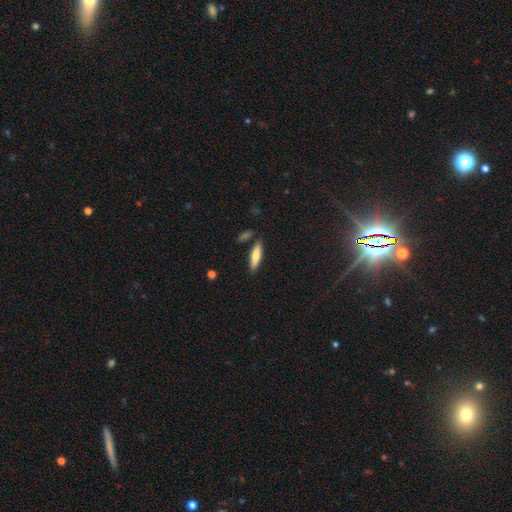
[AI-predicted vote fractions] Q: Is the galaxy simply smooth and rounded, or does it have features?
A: smooth — 69%.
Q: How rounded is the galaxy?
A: cigar-shaped — 72%.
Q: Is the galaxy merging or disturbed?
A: none — 84%.